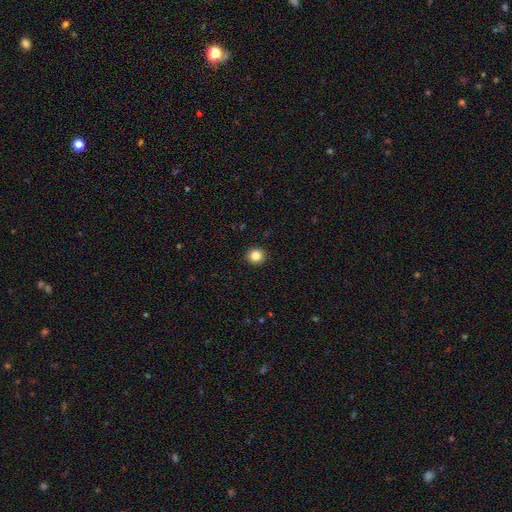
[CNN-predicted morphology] Smooth or featured?
  - smooth: 84% *
  - star or artifact: 11%
  - featured or disk: 6%
How rounded?
  - round: 90% *
  - in between: 9%
  - cigar-shaped: 1%
Merging?
  - none: 93% *
  - minor disturbance: 5%
  - major disturbance: 2%
  - merger: 1%